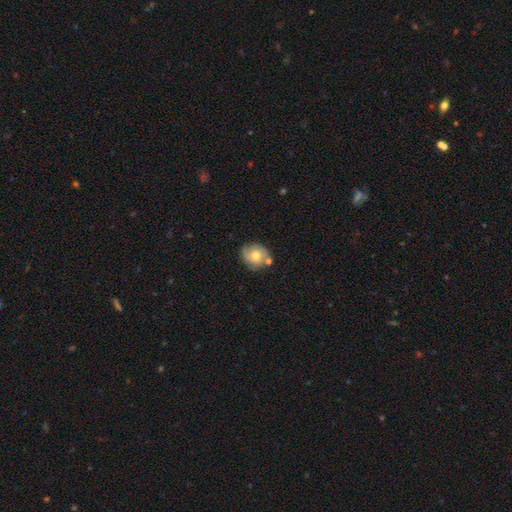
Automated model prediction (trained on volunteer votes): This appears to be a smooth galaxy with no disk features (56%) that is round (77%). Merging: none (63%).